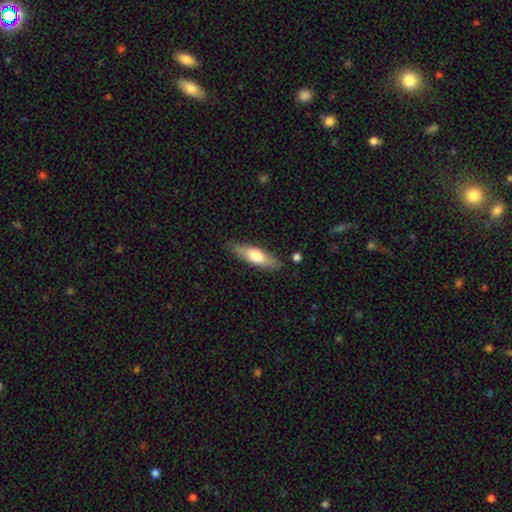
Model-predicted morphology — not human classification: This is possibly a smooth galaxy (56%). How rounded: possibly cigar-shaped (58%). Merging: clearly none (82%).